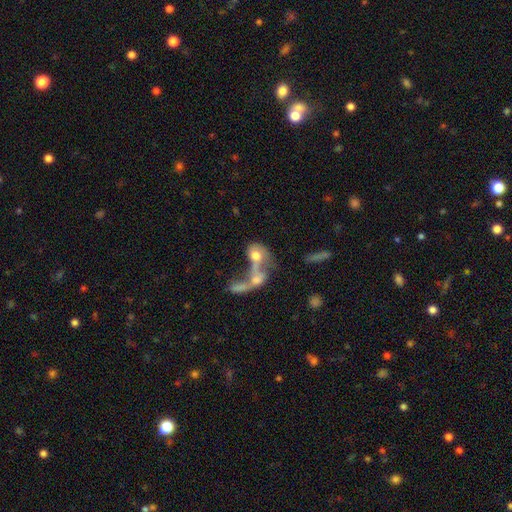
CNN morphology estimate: Smooth or featured? smooth (57%)
How rounded? in between (63%)
Merging? merger (71%)